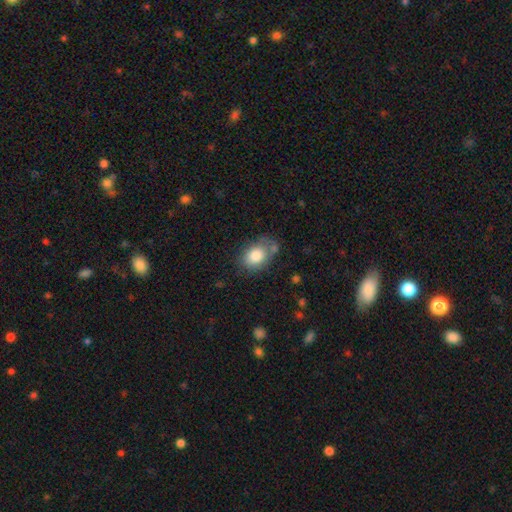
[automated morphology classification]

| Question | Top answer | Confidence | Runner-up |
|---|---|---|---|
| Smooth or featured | smooth | 81% | featured or disk (11%) |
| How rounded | in between | 73% | round (26%) |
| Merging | none | 57% | minor disturbance (26%) |